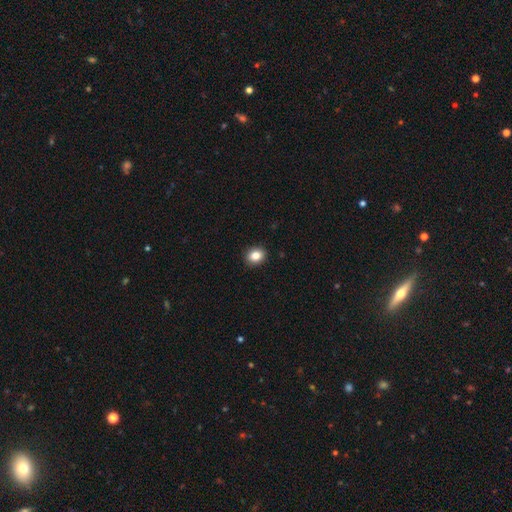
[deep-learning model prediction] The model was most divided on "how rounded": round: 58%, in between: 41%, cigar-shaped: 1%. More confident: merging — none (91%); smooth or featured — smooth (84%).